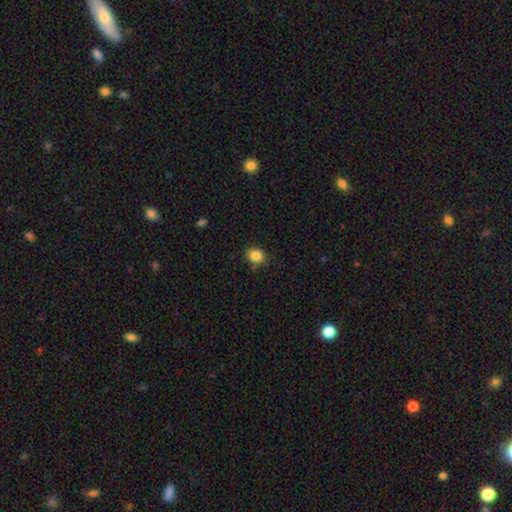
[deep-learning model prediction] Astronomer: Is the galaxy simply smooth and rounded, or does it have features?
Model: smooth — 86%.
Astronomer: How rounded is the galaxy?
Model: in between — 57% (runner-up: round, 42%).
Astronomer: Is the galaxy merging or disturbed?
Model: none — 82%.